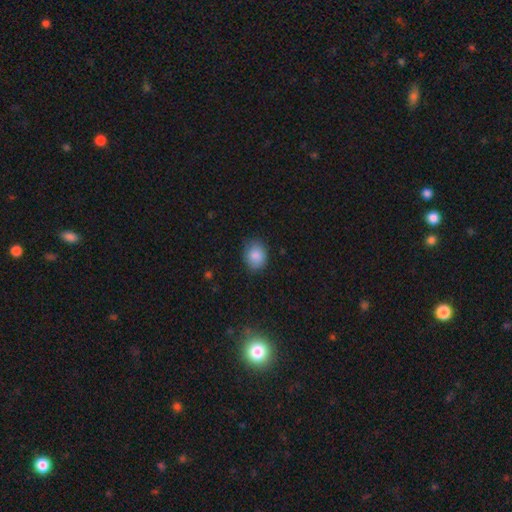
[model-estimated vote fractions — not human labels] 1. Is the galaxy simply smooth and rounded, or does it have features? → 87% smooth, 8% star or artifact, 5% featured or disk.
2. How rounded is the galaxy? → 51% round, 48% in between, 1% cigar-shaped.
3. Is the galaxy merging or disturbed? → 78% none, 17% minor disturbance, 4% major disturbance, 1% merger.